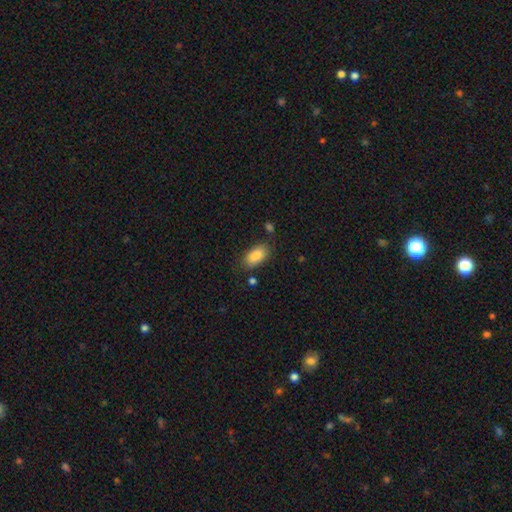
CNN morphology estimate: Smooth or featured? Predicted: smooth (p=0.86). How rounded? Predicted: in between (p=0.92). Merging? Predicted: none (p=0.79).